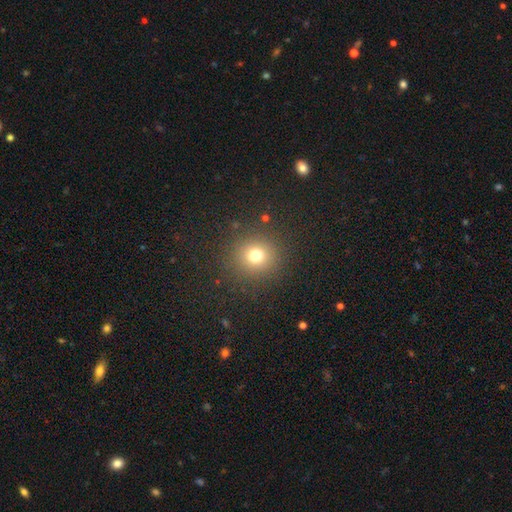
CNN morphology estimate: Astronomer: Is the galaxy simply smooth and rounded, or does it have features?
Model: smooth — 74%.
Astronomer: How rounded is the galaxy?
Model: round — 92%.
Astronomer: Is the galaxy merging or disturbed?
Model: none — 89%.